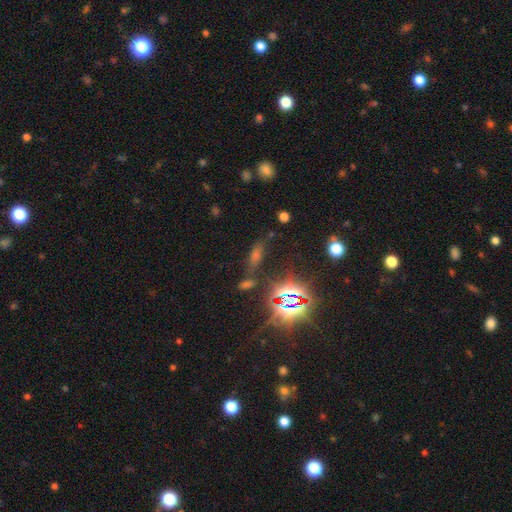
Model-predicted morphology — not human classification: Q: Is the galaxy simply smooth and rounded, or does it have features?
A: star or artifact — 52%.